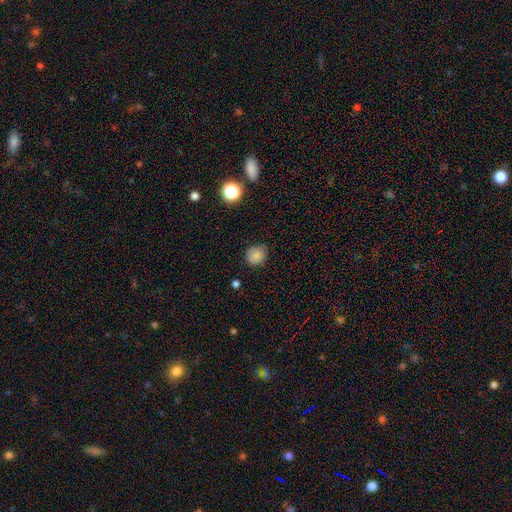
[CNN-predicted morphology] A smooth galaxy with no disk features (83%) that is round (83%). Merging: none (77%).